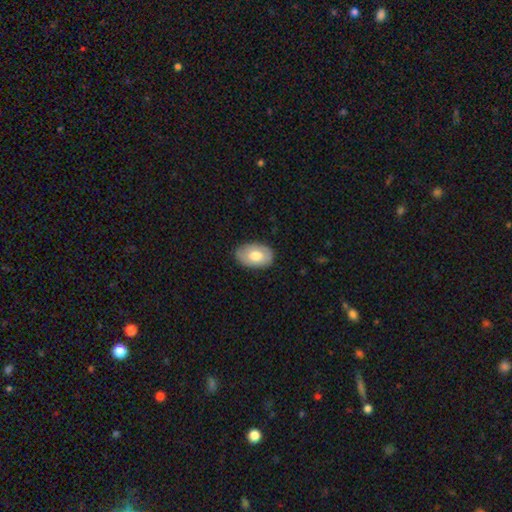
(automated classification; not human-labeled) This appears to be a smooth galaxy with no disk features (70%) that is in between round and cigar-shaped (89%). Merging: none (80%).